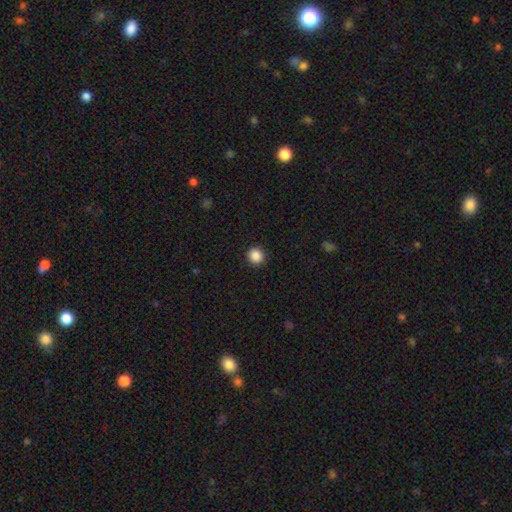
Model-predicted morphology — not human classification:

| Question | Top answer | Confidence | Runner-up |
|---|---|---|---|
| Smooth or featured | smooth | 88% | star or artifact (10%) |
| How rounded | round | 91% | in between (8%) |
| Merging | none | 92% | minor disturbance (5%) |